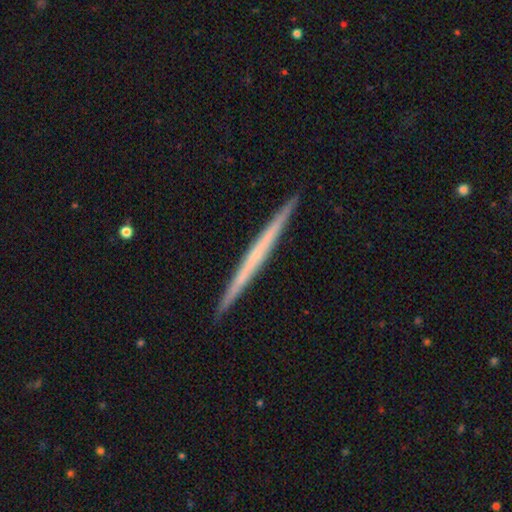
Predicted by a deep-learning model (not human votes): This is possibly a featured or disk galaxy (57%). It is clearly viewed edge-on (98%). Edge-on bulge: clearly none (88%). Merging: clearly none (93%).